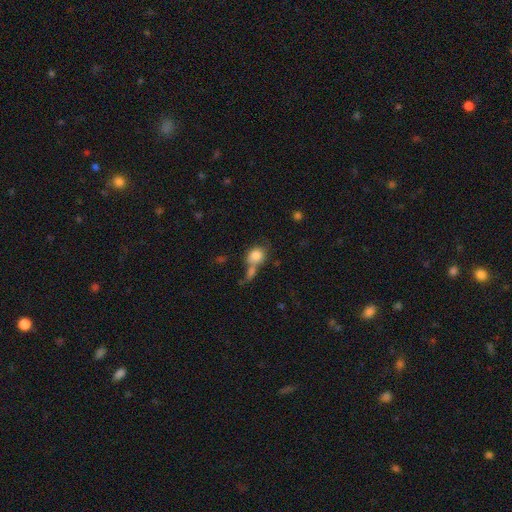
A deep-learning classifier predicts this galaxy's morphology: A smooth galaxy with no disk features (81%) that is round (69%).

Vote fractions:
- Smooth or featured? smooth: 81% / featured or disk: 11% / star or artifact: 9%
- How rounded? round: 69% / in between: 29% / cigar-shaped: 2%
- Merging? merger: 45% / none: 35% / minor disturbance: 12% / major disturbance: 9%